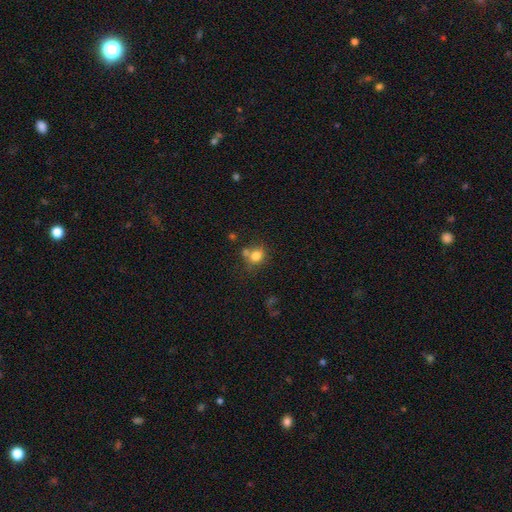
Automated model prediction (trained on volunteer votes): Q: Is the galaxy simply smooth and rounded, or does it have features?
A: smooth — 79%.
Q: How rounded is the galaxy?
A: round — 66%.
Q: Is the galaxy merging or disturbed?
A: none — 54%.